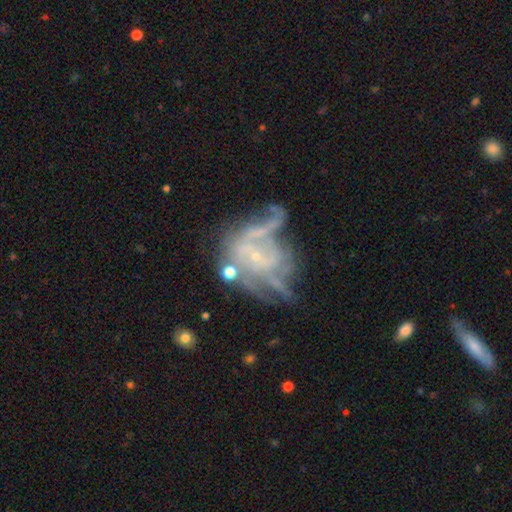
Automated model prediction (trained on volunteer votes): Smooth or featured: featured or disk — 74% (smooth — 13%)
Edge-on disk: no — 97% (yes — 3%)
Bar: no — 75% (weak — 19%)
Spiral arms: yes — 65% (no — 35%)
Bulge size: small — 79% (moderate — 11%)
Merging: major disturbance — 34% (none — 27%)